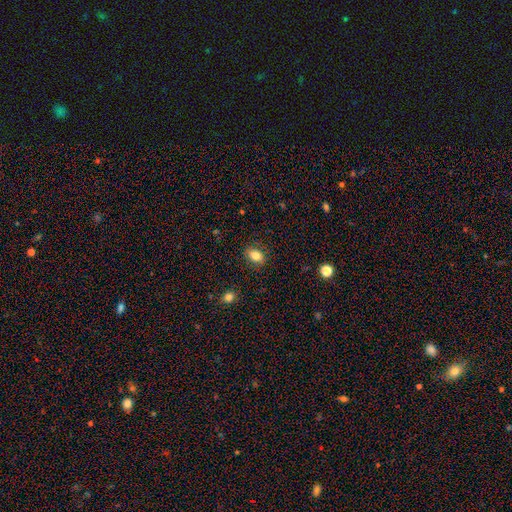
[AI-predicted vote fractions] Overall: smooth (81%). How rounded: in between (78%). Merging: none (86%).